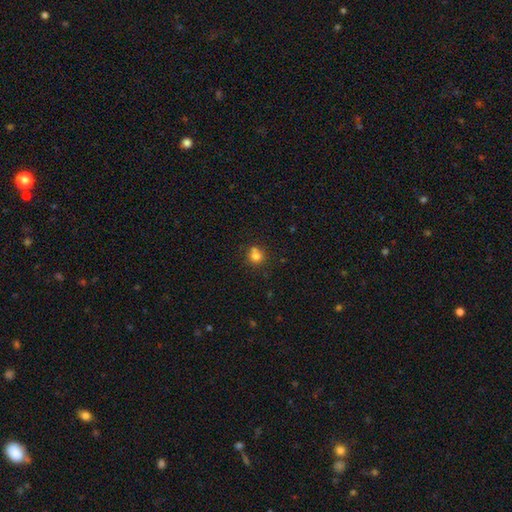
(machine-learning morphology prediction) Smooth or featured?
  - smooth: 77% *
  - star or artifact: 13%
  - featured or disk: 10%
How rounded?
  - round: 87% *
  - in between: 12%
  - cigar-shaped: 1%
Merging?
  - none: 59% *
  - merger: 27%
  - minor disturbance: 11%
  - major disturbance: 3%